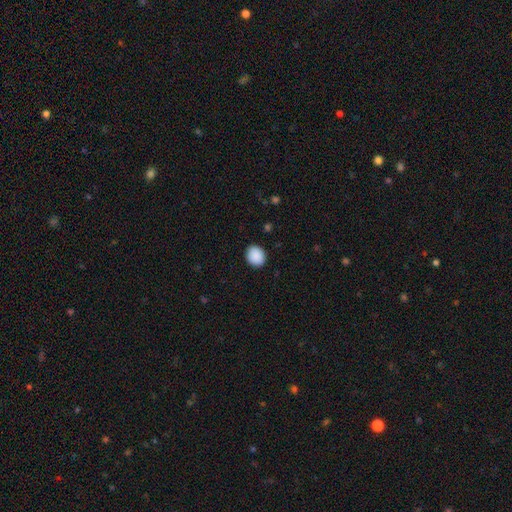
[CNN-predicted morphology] smooth_or_featured: smooth (p=0.90) [alt: star or artifact p=0.07]
how_rounded: round (p=0.64) [alt: in between p=0.35]
merging: none (p=0.89) [alt: minor disturbance p=0.08]